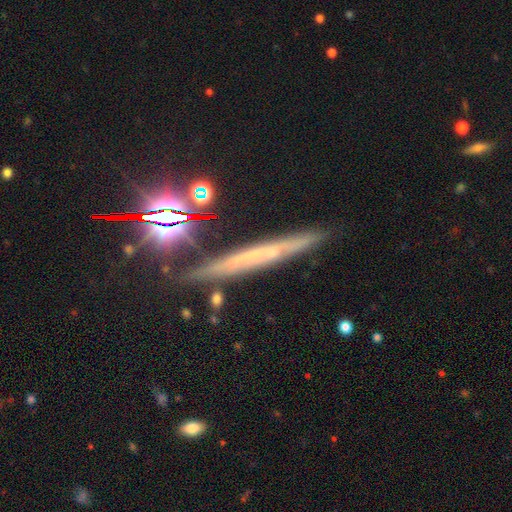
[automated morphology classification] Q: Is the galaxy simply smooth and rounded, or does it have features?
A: featured or disk — 45%.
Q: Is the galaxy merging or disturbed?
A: none — 82%.